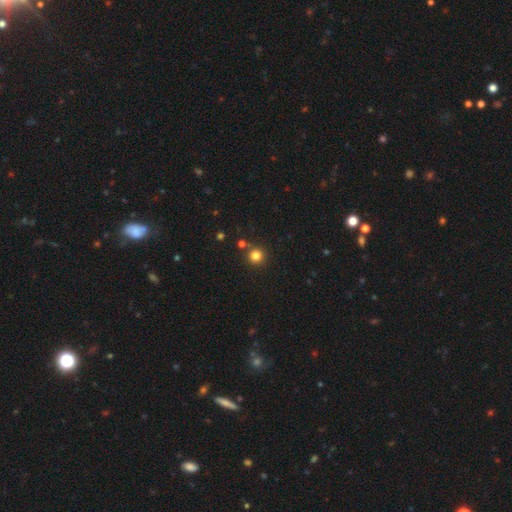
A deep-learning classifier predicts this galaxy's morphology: This appears to be a smooth galaxy with no disk features (81%) that is round (95%). Merging: none (85%).